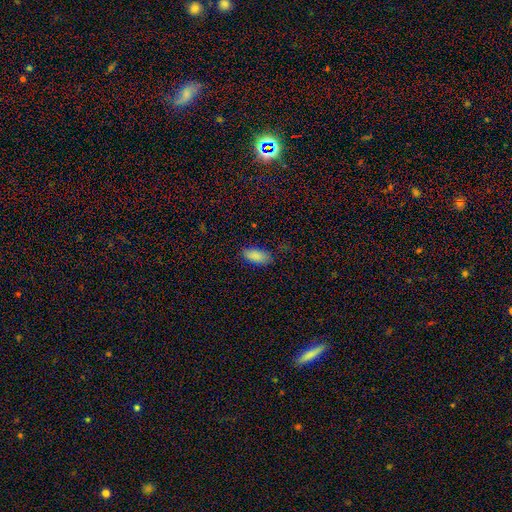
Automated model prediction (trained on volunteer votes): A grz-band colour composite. It shows a smooth galaxy with no disk features (87%) that is in between round and cigar-shaped (89%). Merging: none (78%).